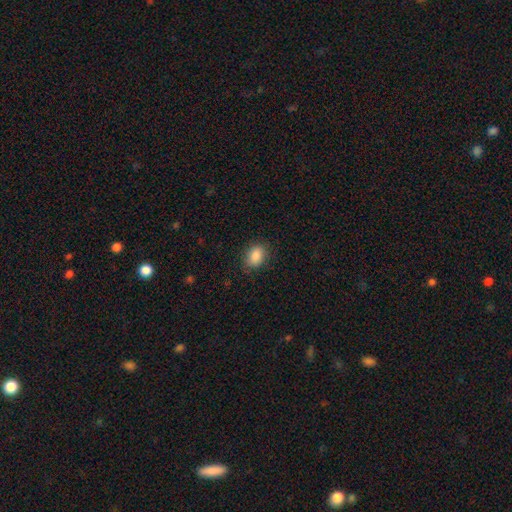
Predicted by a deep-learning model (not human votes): smooth 87%, star or artifact 8%, featured or disk 5%. Down the decision tree: how rounded — in between (76%); merging — none (85%).